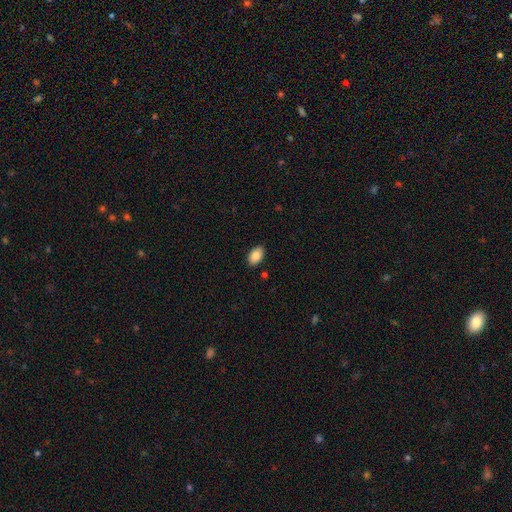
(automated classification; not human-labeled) This appears to be a smooth galaxy with no disk features (87%) that is in between round and cigar-shaped (92%). Merging: none (87%).